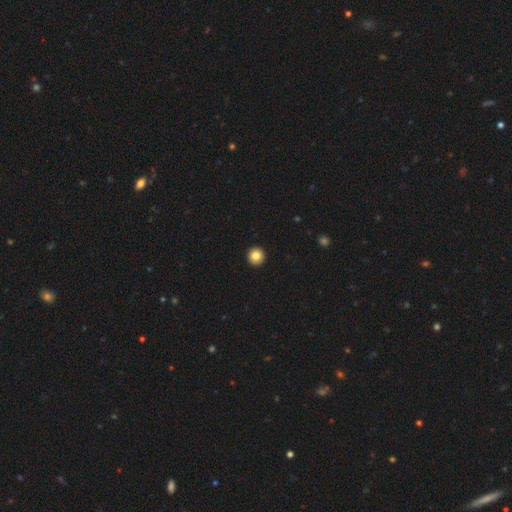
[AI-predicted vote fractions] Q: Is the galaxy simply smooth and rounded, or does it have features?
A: smooth — 85%.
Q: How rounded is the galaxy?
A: round — 96%.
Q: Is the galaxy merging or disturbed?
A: none — 94%.